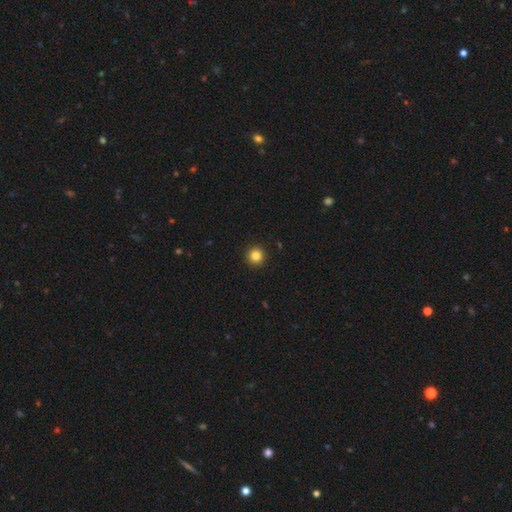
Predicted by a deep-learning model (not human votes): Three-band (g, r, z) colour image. It shows a smooth galaxy with no disk features (85%) that is round (96%). Merging: none (93%).